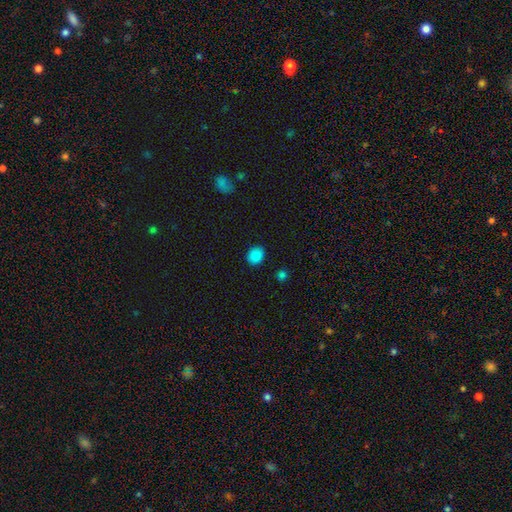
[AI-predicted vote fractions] smooth_or_featured: smooth (p=0.87) [alt: star or artifact p=0.11]
how_rounded: round (p=0.52) [alt: in between p=0.47]
merging: none (p=0.87) [alt: minor disturbance p=0.09]